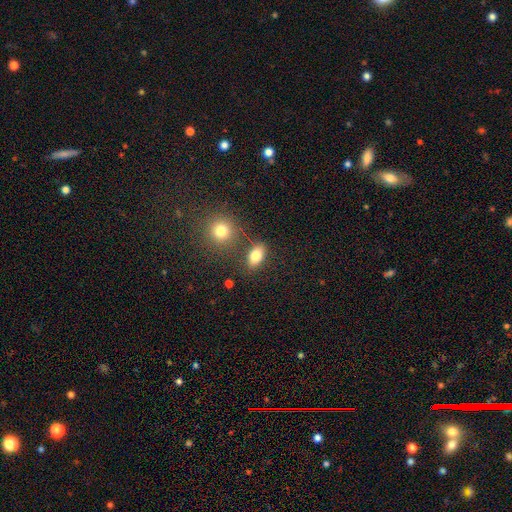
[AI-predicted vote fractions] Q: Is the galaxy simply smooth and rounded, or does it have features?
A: smooth — 81%.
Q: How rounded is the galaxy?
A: in between — 84%.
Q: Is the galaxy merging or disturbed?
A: none — 78%.